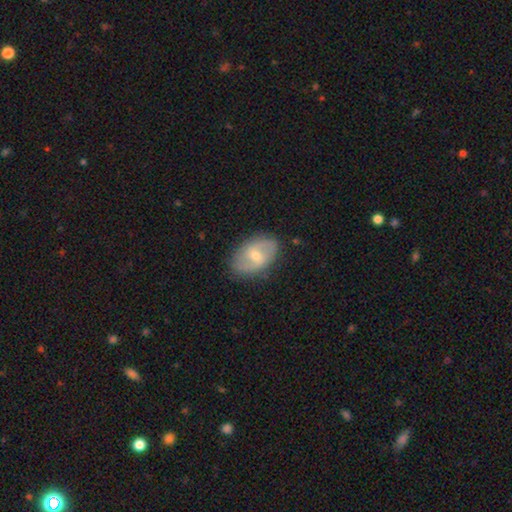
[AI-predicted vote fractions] Overall: featured or disk (63%; smooth 31%). Edge-on disk: no (95%). Bar: weak (49%; no 37%). Spiral arms: yes (77%). Bulge size: moderate (56%; small 40%). Merging: none (82%).